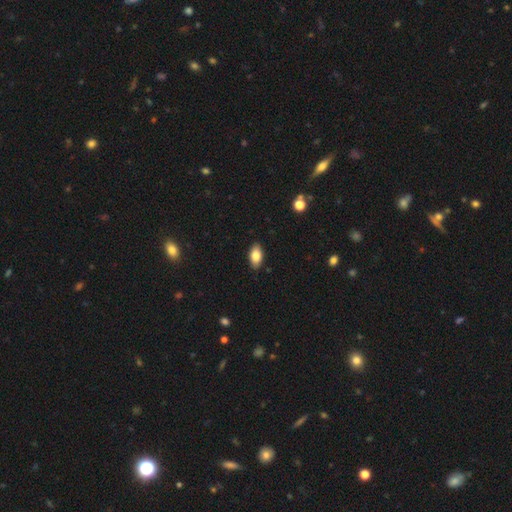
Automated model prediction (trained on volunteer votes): The model was most divided on "smooth or featured": smooth: 81%, featured or disk: 11%, star or artifact: 7%. More confident: how rounded — in between (92%); merging — none (88%).